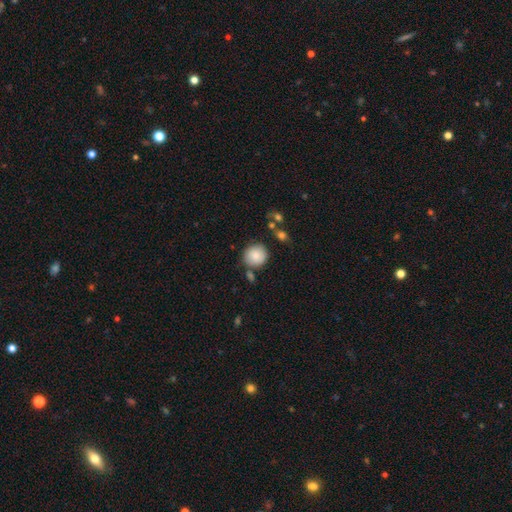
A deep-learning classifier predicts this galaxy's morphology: smooth-or-featured: smooth: 84% | featured or disk: 9% | star or artifact: 8%
  how-rounded: round: 91% | in between: 8% | cigar-shaped: 1%
  merging: none: 76% | minor disturbance: 12% | merger: 8% | major disturbance: 3%